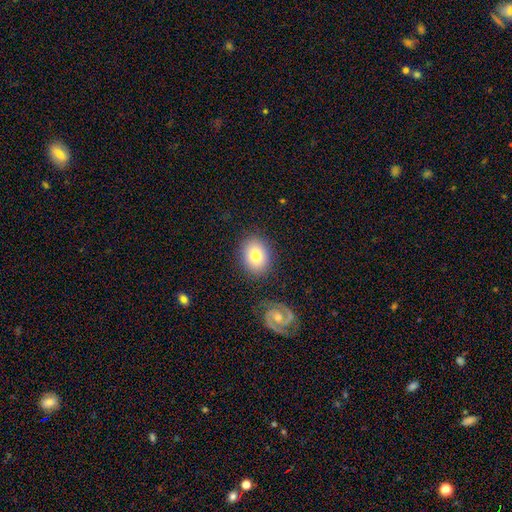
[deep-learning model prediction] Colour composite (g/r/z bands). It shows a smooth galaxy with no disk features (76%) that is round (52%). Merging: none (83%).